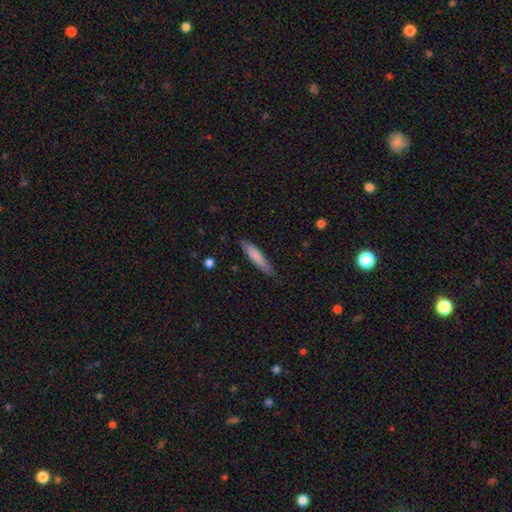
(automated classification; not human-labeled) Morphology: type=smooth (78%); roundness=cigar-shaped (87%); merging=none (81%).